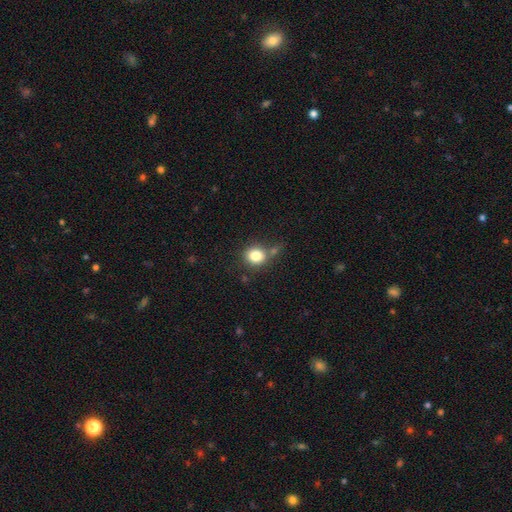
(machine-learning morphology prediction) smooth 82%, star or artifact 11%, featured or disk 7%. Down the decision tree: how rounded — round (76%); merging — none (65%).